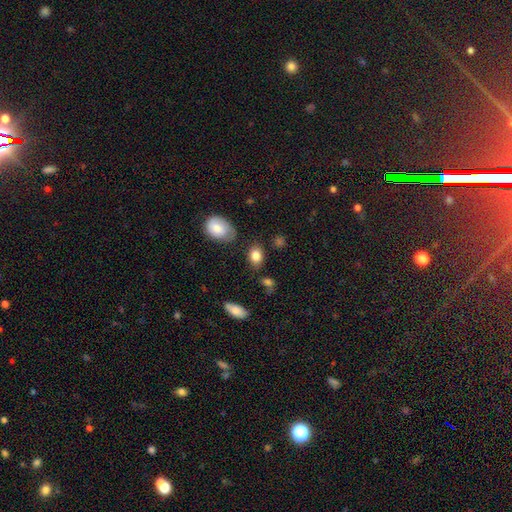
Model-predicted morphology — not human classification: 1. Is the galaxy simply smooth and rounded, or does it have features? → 84% smooth, 9% star or artifact, 7% featured or disk.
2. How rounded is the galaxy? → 76% in between, 22% round, 2% cigar-shaped.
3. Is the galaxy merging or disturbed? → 73% none, 18% minor disturbance, 5% major disturbance, 3% merger.